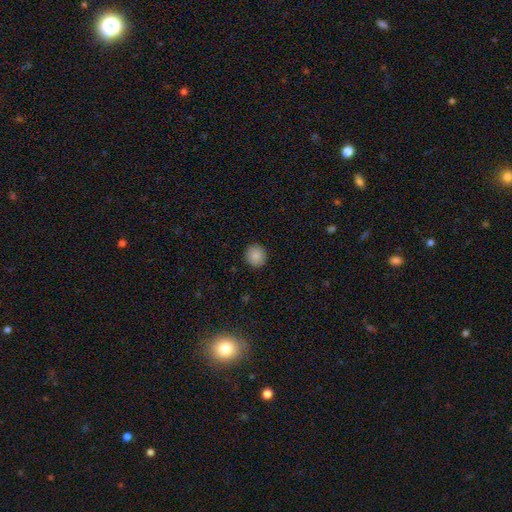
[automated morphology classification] The model was most divided on "smooth or featured": smooth: 87%, star or artifact: 9%, featured or disk: 4%. More confident: merging — none (92%); how rounded — round (90%).